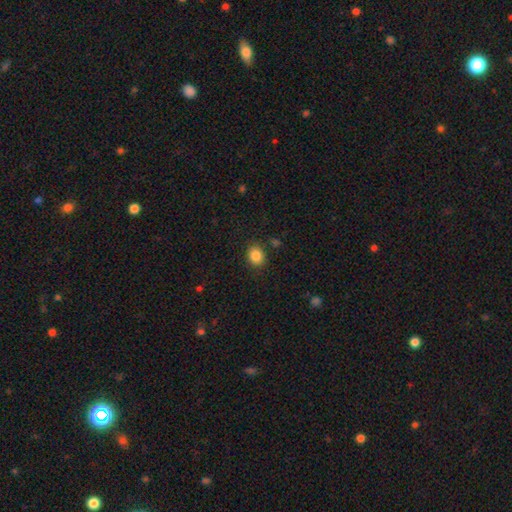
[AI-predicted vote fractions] This appears to be a smooth galaxy with no disk features (86%) that is round (59%). Merging: none (85%).